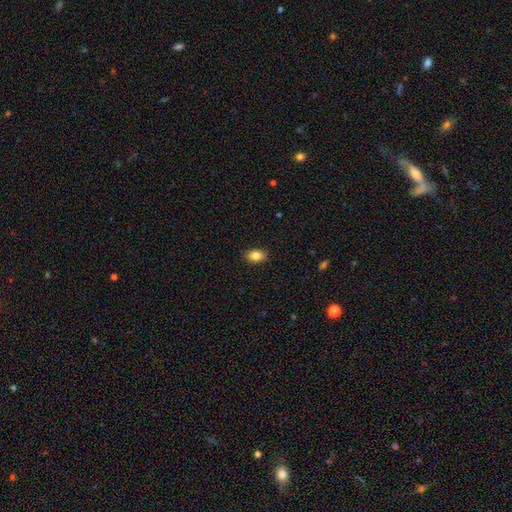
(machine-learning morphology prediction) smooth 85%, star or artifact 9%, featured or disk 6%. Down the decision tree: how rounded — in between (82%); merging — none (88%).